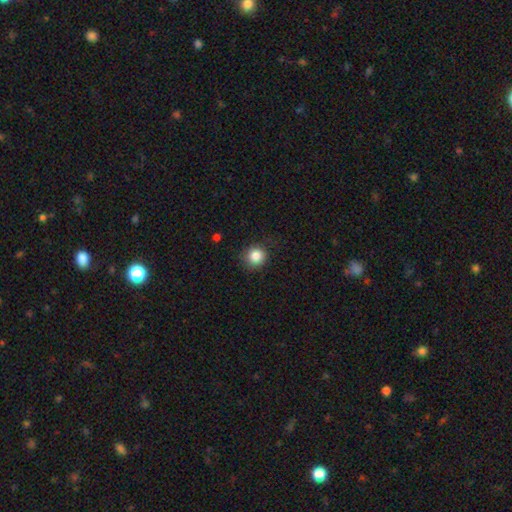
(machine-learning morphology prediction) Smooth or featured?
  - smooth: 84% *
  - star or artifact: 10%
  - featured or disk: 5%
How rounded?
  - round: 91% *
  - in between: 8%
  - cigar-shaped: 1%
Merging?
  - none: 83% *
  - minor disturbance: 12%
  - major disturbance: 4%
  - merger: 1%